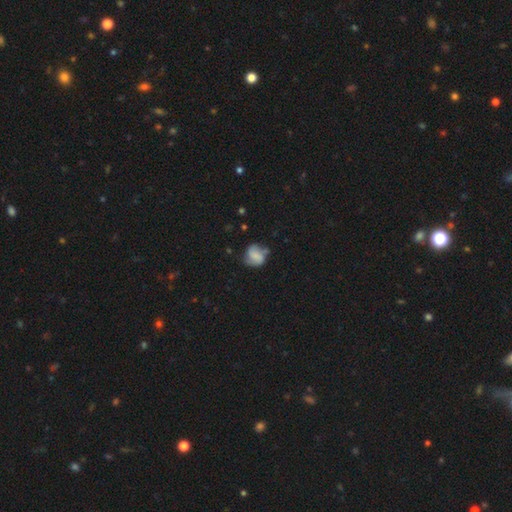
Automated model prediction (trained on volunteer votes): Smooth or featured? Predicted: smooth (p=0.57). How rounded? Predicted: round (p=0.66). Merging? Predicted: none (p=0.50).